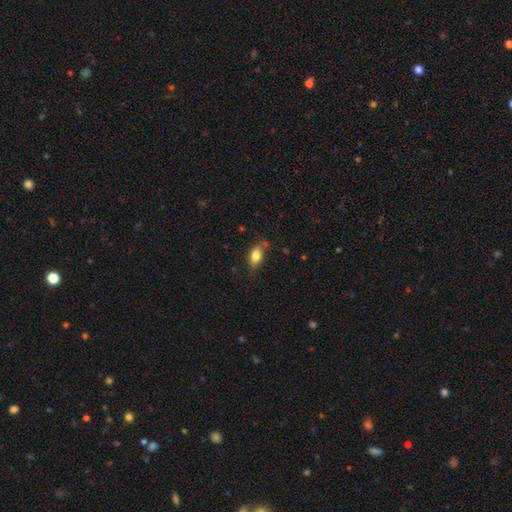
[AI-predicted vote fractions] A smooth galaxy with no disk features (82%) that is in between round and cigar-shaped (87%).

Vote fractions:
- Smooth or featured? smooth: 82% / featured or disk: 10% / star or artifact: 8%
- How rounded? in between: 87% / round: 7% / cigar-shaped: 6%
- Merging? none: 70% / minor disturbance: 20% / merger: 5% / major disturbance: 5%